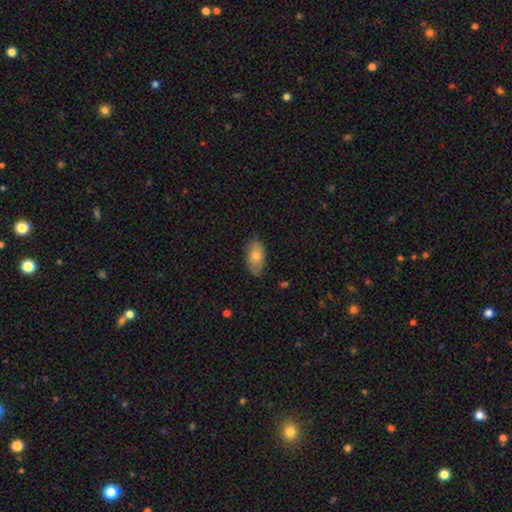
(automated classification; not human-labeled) Smooth or featured: smooth — 74% (featured or disk — 18%)
How rounded: in between — 92% (round — 4%)
Merging: none — 80% (minor disturbance — 16%)